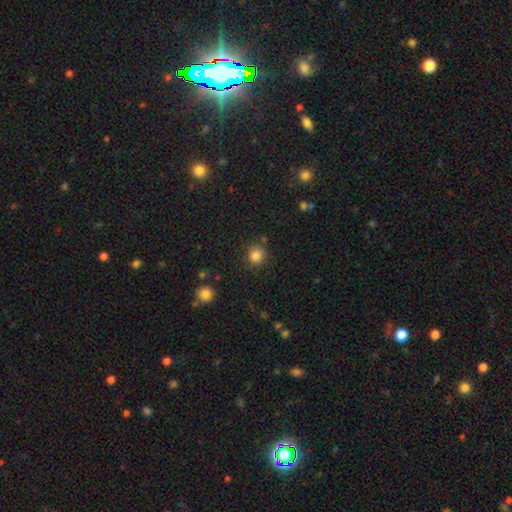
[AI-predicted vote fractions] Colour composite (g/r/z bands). It shows a smooth galaxy with no disk features (83%) that is round (86%). Merging: none (83%).